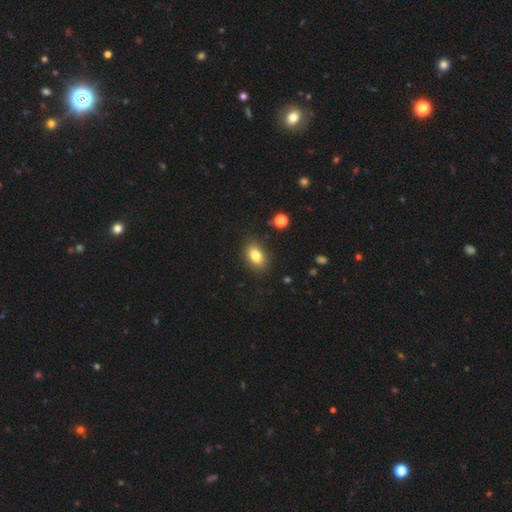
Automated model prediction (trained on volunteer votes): This appears to be a smooth galaxy with no disk features (81%) that is in between round and cigar-shaped (82%). Merging: none (85%).